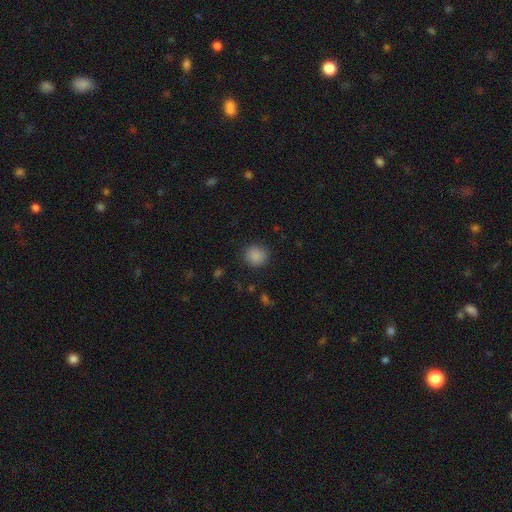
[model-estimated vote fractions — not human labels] This is clearly a smooth galaxy (87%). How rounded: clearly round (89%). Merging: clearly none (89%).